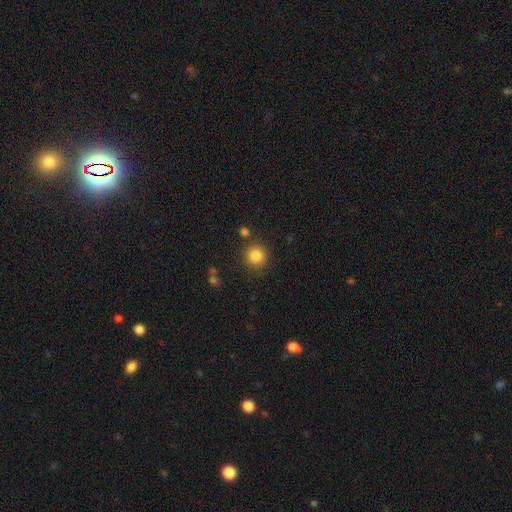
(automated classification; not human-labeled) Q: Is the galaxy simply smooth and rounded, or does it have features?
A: smooth — 85%.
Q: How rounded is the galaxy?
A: round — 92%.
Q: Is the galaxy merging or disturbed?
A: none — 85%.